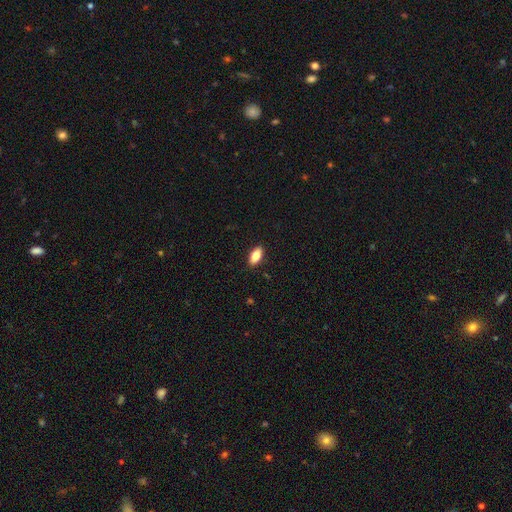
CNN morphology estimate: A smooth galaxy with no disk features (81%) that is in between round and cigar-shaped (88%). Merging: none (89%).